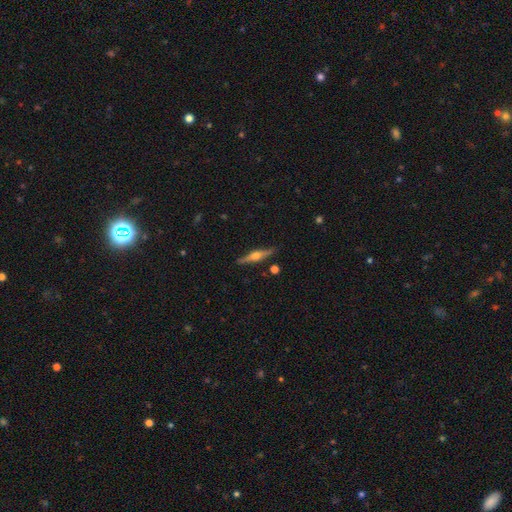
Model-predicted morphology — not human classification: A featured or disk galaxy (70%) viewed edge-on (97%) with a rounded central bulge (92%).

Vote fractions:
- Smooth or featured? featured or disk: 70% / smooth: 24% / star or artifact: 6%
- Edge-on disk? yes: 97% / no: 3%
- Edge-on bulge? rounded: 92% / boxy: 5% / none: 3%
- Merging? none: 88% / minor disturbance: 8% / merger: 2% / major disturbance: 2%